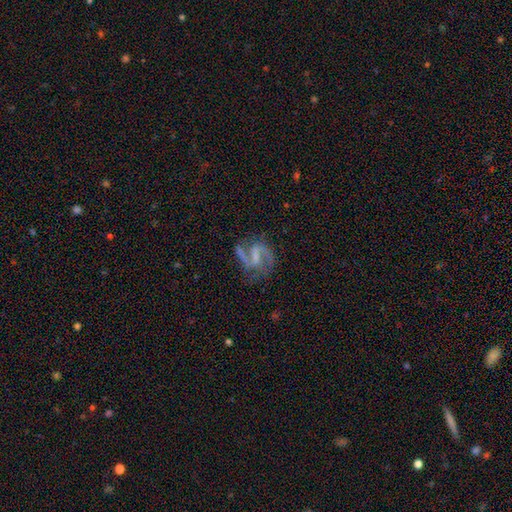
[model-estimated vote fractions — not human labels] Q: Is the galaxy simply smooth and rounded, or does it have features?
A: featured or disk — 89%.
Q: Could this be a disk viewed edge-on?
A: no — 98%.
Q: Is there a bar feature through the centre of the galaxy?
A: weak — 48%.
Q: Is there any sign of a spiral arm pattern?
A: yes — 96%.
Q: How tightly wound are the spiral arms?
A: medium — 55%.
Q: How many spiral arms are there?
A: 2 — 91%.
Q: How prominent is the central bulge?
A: small — 46%.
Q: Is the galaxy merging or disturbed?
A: none — 66%.